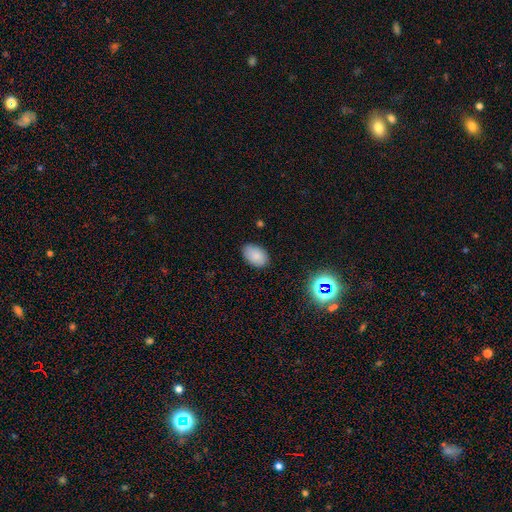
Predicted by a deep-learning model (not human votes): smooth-or-featured: smooth: 86% | star or artifact: 10% | featured or disk: 5%
  how-rounded: in between: 90% | round: 9% | cigar-shaped: 1%
  merging: none: 86% | minor disturbance: 11% | major disturbance: 2% | merger: 1%